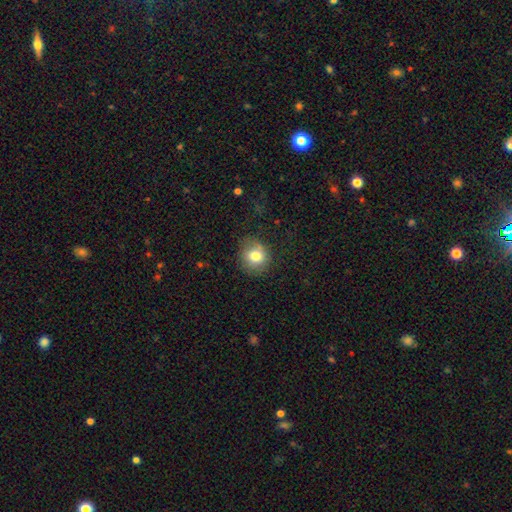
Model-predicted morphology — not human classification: A smooth galaxy with no disk features (79%) that is round (78%). Merging: none (74%).